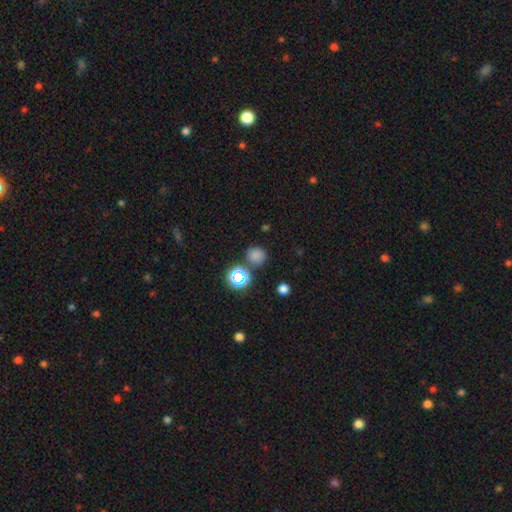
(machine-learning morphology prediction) Smooth or featured? smooth (73%)
How rounded? round (86%)
Merging? none (79%)